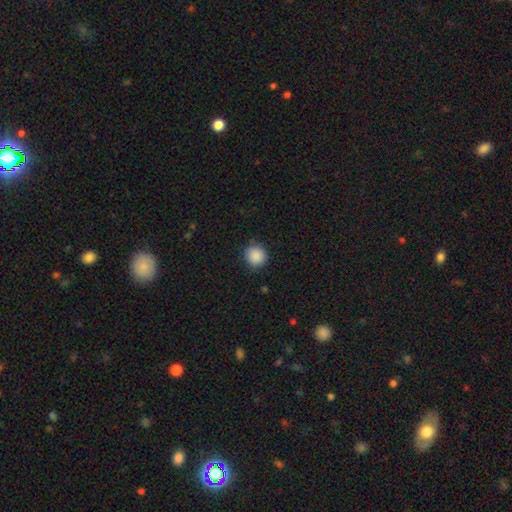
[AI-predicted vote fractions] smooth_or_featured: smooth (p=0.89) [alt: star or artifact p=0.09]
how_rounded: round (p=0.93) [alt: in between p=0.06]
merging: none (p=0.87) [alt: minor disturbance p=0.09]